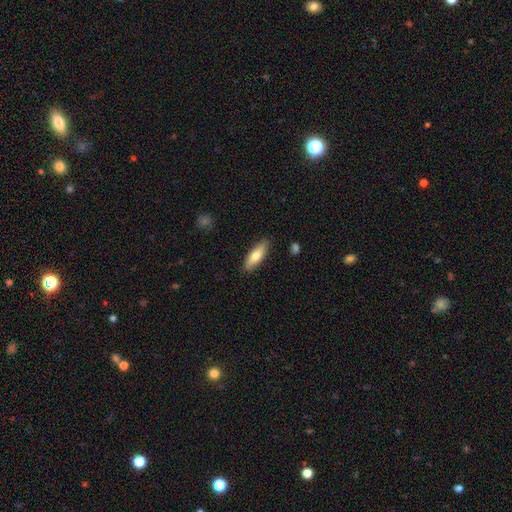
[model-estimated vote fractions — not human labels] smooth 73%, featured or disk 21%, star or artifact 6%. Down the decision tree: how rounded — in between (57%); merging — none (87%).